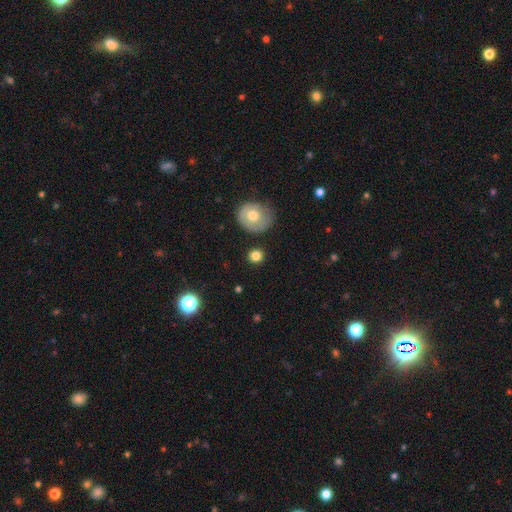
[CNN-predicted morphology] A smooth galaxy with no disk features (82%) that is round (87%). Merging: none (85%).